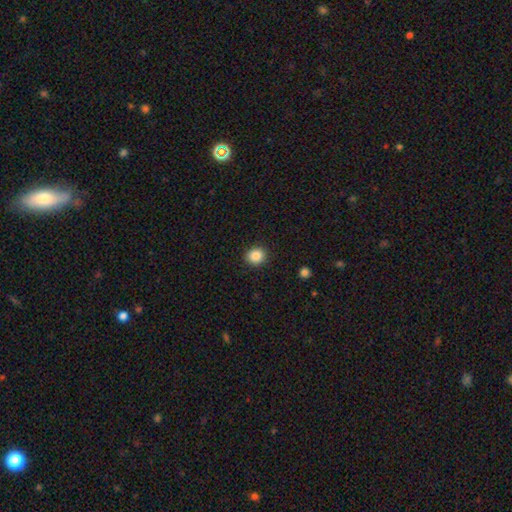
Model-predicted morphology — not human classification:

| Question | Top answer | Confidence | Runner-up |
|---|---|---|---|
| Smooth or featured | smooth | 87% | star or artifact (10%) |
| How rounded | round | 84% | in between (15%) |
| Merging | none | 91% | minor disturbance (6%) |